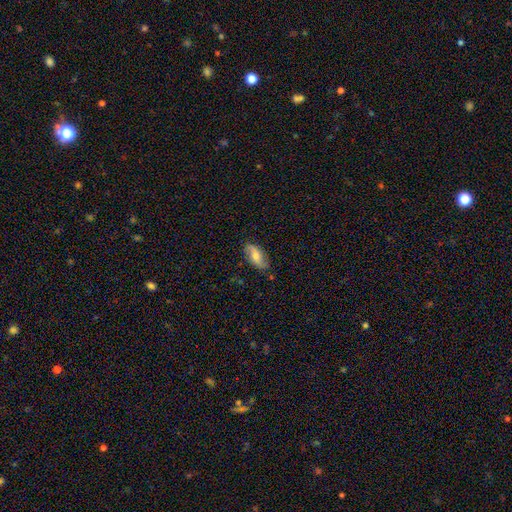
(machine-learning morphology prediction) The model was most divided on "smooth or featured": smooth: 49%, featured or disk: 44%, star or artifact: 7%. More confident: merging — none (79%).